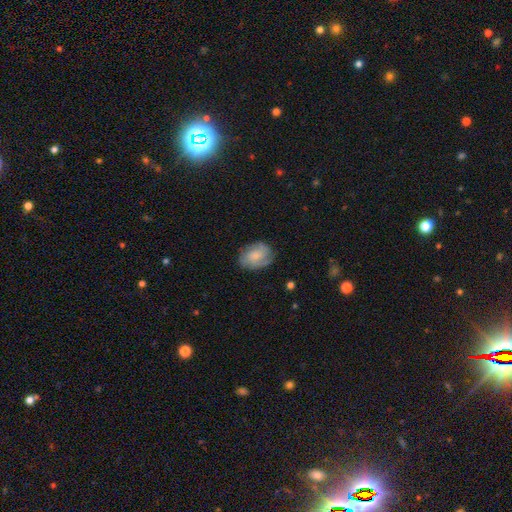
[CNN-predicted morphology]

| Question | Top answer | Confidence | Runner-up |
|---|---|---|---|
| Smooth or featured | smooth | 58% | featured or disk (34%) |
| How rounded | in between | 69% | round (29%) |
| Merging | none | 75% | minor disturbance (19%) |